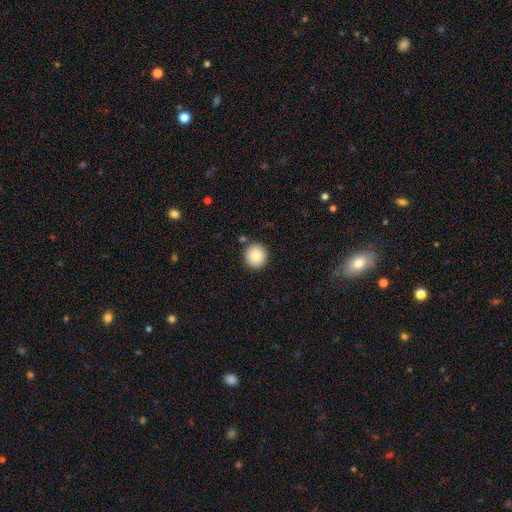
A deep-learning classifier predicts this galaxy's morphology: smooth 86%, star or artifact 8%, featured or disk 6%. Down the decision tree: how rounded — round (94%); merging — none (88%).